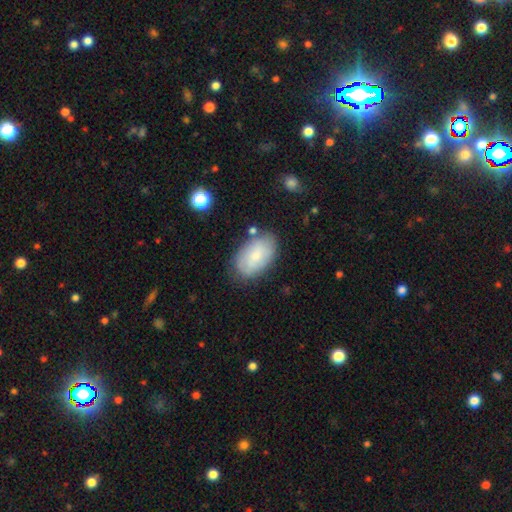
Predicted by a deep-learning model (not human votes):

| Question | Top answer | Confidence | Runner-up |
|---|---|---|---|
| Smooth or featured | smooth | 70% | featured or disk (23%) |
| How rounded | in between | 93% | round (6%) |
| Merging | none | 74% | minor disturbance (18%) |